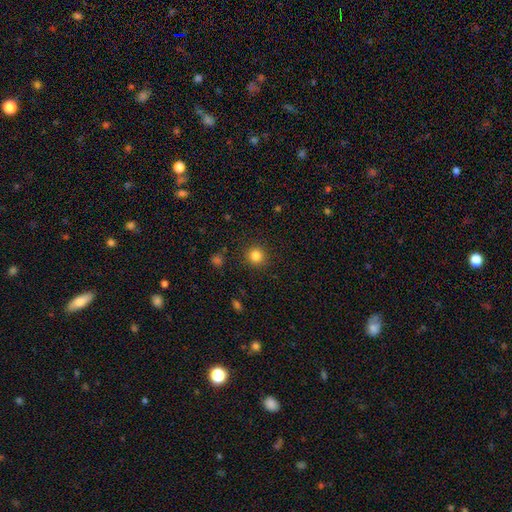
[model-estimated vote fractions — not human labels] smooth-or-featured: smooth: 83% | star or artifact: 12% | featured or disk: 5%
  how-rounded: round: 93% | in between: 6% | cigar-shaped: 1%
  merging: none: 90% | minor disturbance: 6% | major disturbance: 2% | merger: 1%